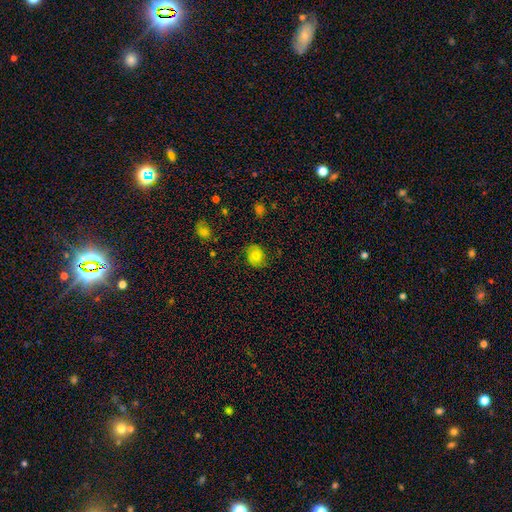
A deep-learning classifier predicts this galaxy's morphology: smooth 67%, featured or disk 23%, star or artifact 10%. Down the decision tree: how rounded — round (59%); merging — none (78%).